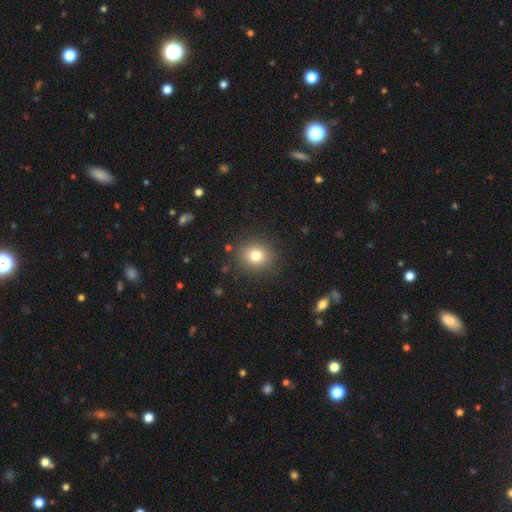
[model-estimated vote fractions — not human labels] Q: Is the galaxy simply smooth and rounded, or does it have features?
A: smooth — 79%.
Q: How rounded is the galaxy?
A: round — 81%.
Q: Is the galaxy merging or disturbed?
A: none — 88%.